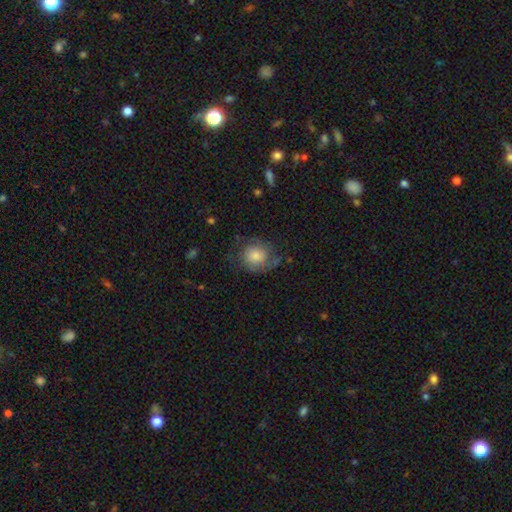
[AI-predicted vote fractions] Smooth or featured: smooth — 61% (featured or disk — 30%)
How rounded: round — 77% (in between — 22%)
Merging: none — 60% (minor disturbance — 25%)